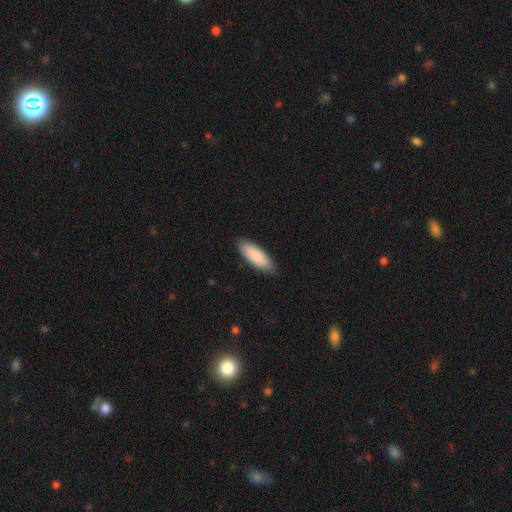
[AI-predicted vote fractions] smooth_or_featured: smooth (p=0.88) [alt: featured or disk p=0.07]
how_rounded: in between (p=0.62) [alt: cigar-shaped p=0.36]
merging: none (p=0.87) [alt: minor disturbance p=0.11]